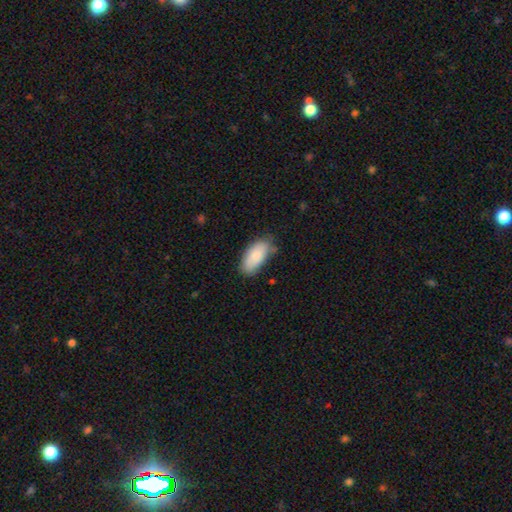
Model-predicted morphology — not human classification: smooth_or_featured: smooth (p=0.82) [alt: featured or disk p=0.13]
how_rounded: in between (p=0.92) [alt: cigar-shaped p=0.06]
merging: none (p=0.70) [alt: minor disturbance p=0.23]